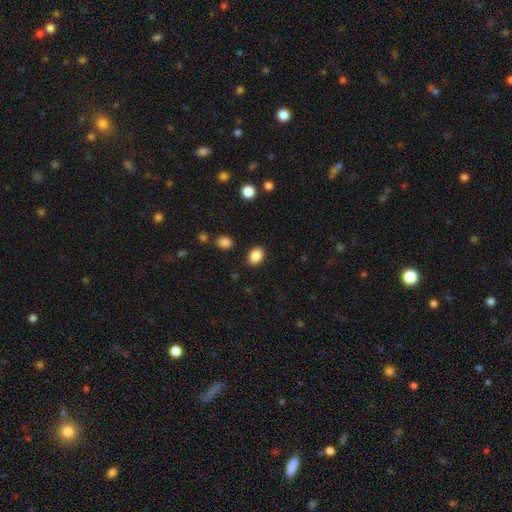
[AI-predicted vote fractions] This appears to be a smooth galaxy with no disk features (87%) that is in between round and cigar-shaped (74%). Merging: none (87%).